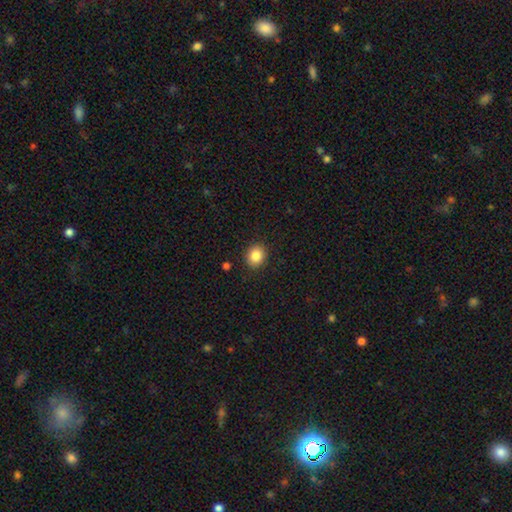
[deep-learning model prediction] The model was most divided on "how rounded": round: 70%, in between: 30%, cigar-shaped: 1%. More confident: merging — none (90%); smooth or featured — smooth (86%).